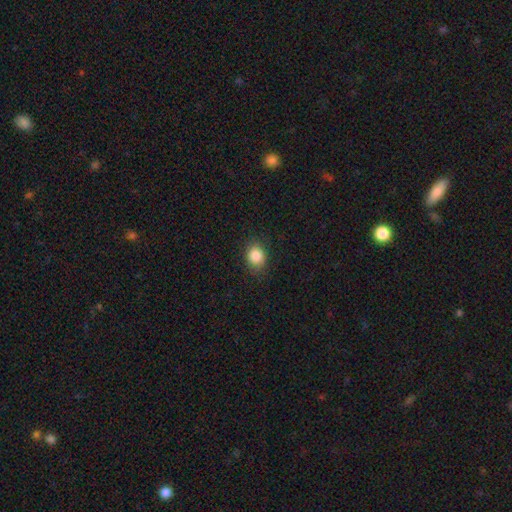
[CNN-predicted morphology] A smooth galaxy with no disk features (86%) that is round (52%).

Vote fractions:
- Smooth or featured? smooth: 86% / star or artifact: 9% / featured or disk: 5%
- How rounded? round: 52% / in between: 47% / cigar-shaped: 1%
- Merging? none: 84% / minor disturbance: 12% / major disturbance: 3% / merger: 1%